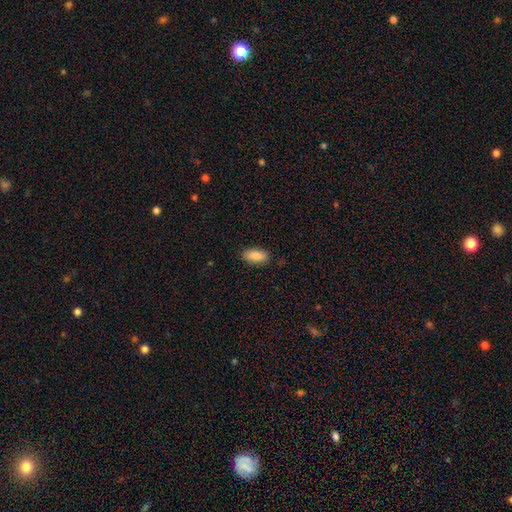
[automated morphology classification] smooth_or_featured: smooth (p=0.85) [alt: featured or disk p=0.08]
how_rounded: in between (p=0.89) [alt: cigar-shaped p=0.08]
merging: none (p=0.87) [alt: minor disturbance p=0.10]